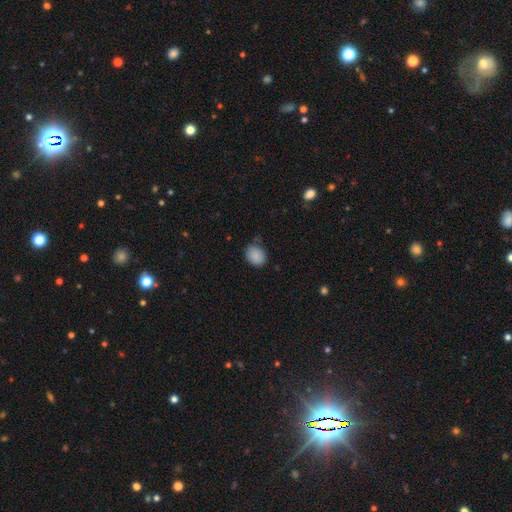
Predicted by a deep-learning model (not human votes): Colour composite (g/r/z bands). It shows a smooth galaxy with no disk features (88%) that is round (50%). Merging: none (71%).